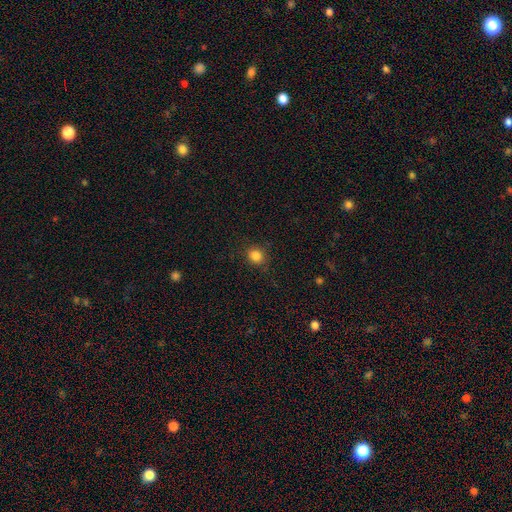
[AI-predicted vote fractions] smooth_or_featured: smooth (p=0.85) [alt: star or artifact p=0.11]
how_rounded: round (p=0.82) [alt: in between p=0.17]
merging: none (p=0.87) [alt: minor disturbance p=0.09]